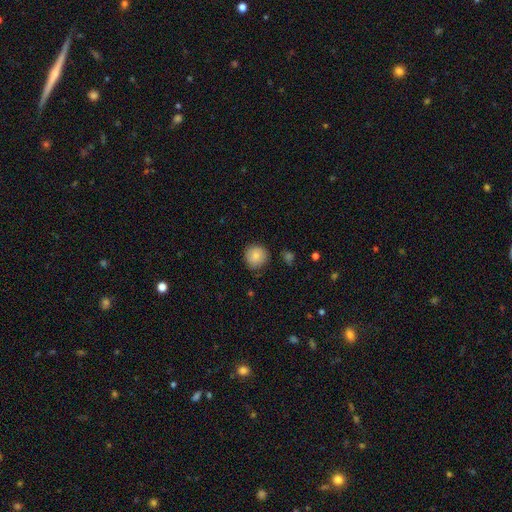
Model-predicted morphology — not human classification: This is clearly a smooth galaxy (81%). How rounded: clearly round (92%). Merging: likely none (79%).